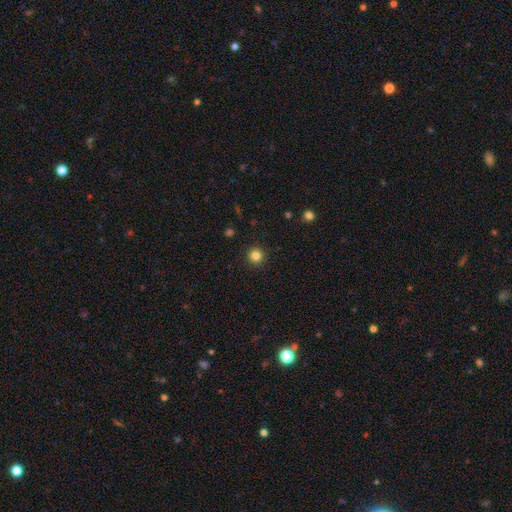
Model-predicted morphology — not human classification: This is clearly a smooth galaxy (83%). How rounded: clearly round (95%). Merging: clearly none (92%).